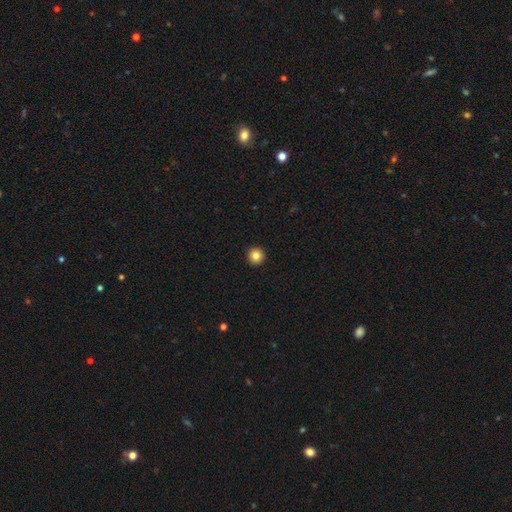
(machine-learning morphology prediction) Smooth or featured?
  - smooth: 84% *
  - star or artifact: 10%
  - featured or disk: 6%
How rounded?
  - round: 97% *
  - in between: 2%
  - cigar-shaped: 1%
Merging?
  - none: 94% *
  - minor disturbance: 3%
  - major disturbance: 1%
  - merger: 1%